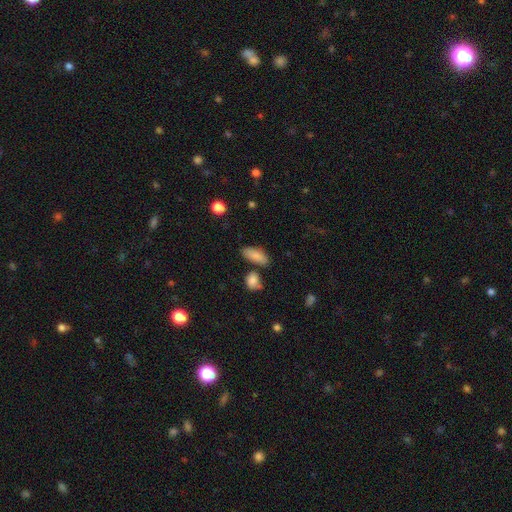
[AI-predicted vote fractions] A smooth galaxy with no disk features (84%) that is in between round and cigar-shaped (79%).

Vote fractions:
- Smooth or featured? smooth: 84% / featured or disk: 9% / star or artifact: 7%
- How rounded? in between: 79% / cigar-shaped: 17% / round: 4%
- Merging? none: 74% / minor disturbance: 15% / merger: 8% / major disturbance: 4%